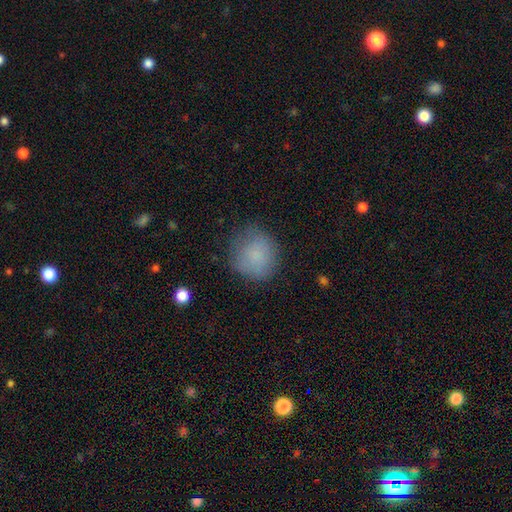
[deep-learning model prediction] A smooth galaxy with no disk features (82%) that is round (84%).

Vote fractions:
- Smooth or featured? smooth: 82% / star or artifact: 9% / featured or disk: 9%
- How rounded? round: 84% / in between: 15% / cigar-shaped: 1%
- Merging? none: 69% / minor disturbance: 22% / major disturbance: 7% / merger: 1%